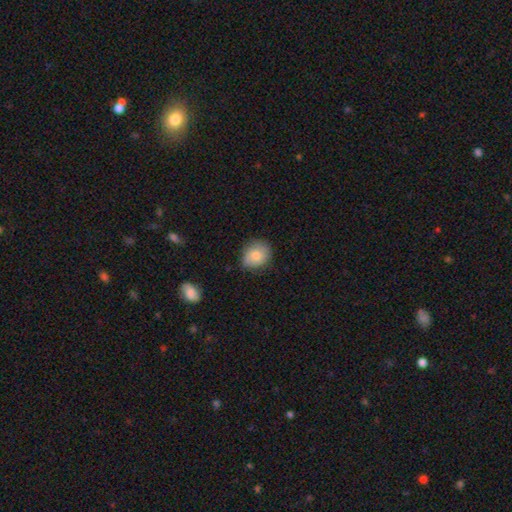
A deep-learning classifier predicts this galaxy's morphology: Smooth or featured?
  - smooth: 77% *
  - featured or disk: 16%
  - star or artifact: 8%
How rounded?
  - round: 64% *
  - in between: 35%
  - cigar-shaped: 1%
Merging?
  - none: 72% *
  - minor disturbance: 23%
  - major disturbance: 4%
  - merger: 1%